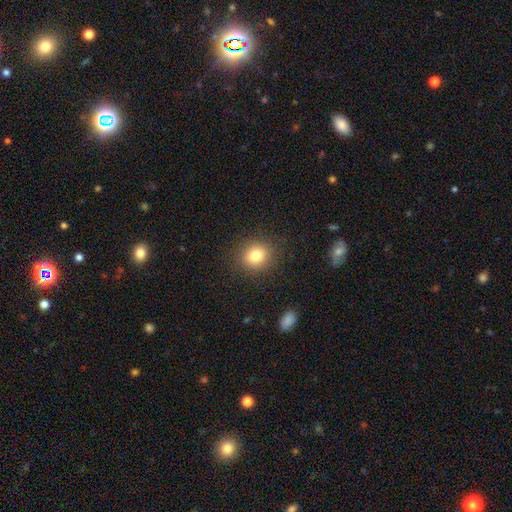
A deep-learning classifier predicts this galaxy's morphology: type=smooth (81%); roundness=round (75%); merging=none (88%).